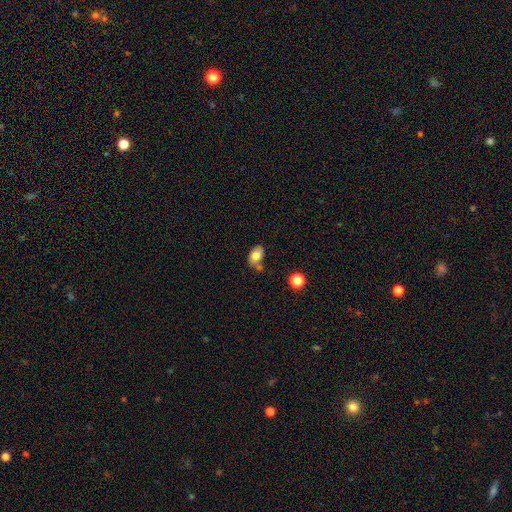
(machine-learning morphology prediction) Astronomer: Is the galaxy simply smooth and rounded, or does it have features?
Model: smooth — 77%.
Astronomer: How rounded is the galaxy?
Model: in between — 88%.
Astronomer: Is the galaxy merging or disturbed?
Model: none — 58%.